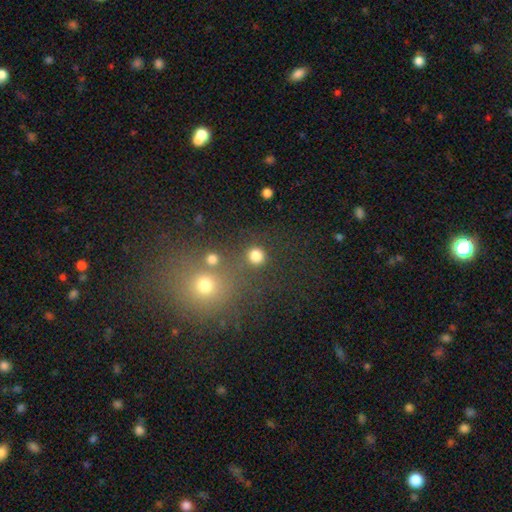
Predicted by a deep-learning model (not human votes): Smooth or featured? Predicted: smooth (p=0.82). How rounded? Predicted: round (p=0.93). Merging? Predicted: none (p=0.82).